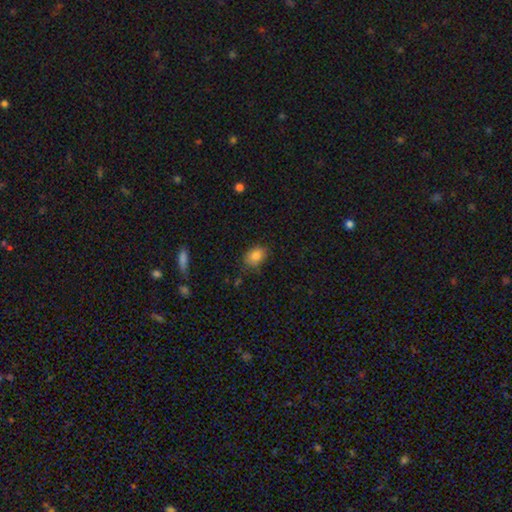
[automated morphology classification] A smooth galaxy with no disk features (83%) that is in between round and cigar-shaped (72%).

Vote fractions:
- Smooth or featured? smooth: 83% / star or artifact: 9% / featured or disk: 8%
- How rounded? in between: 72% / round: 27% / cigar-shaped: 1%
- Merging? none: 78% / minor disturbance: 17% / major disturbance: 3% / merger: 2%